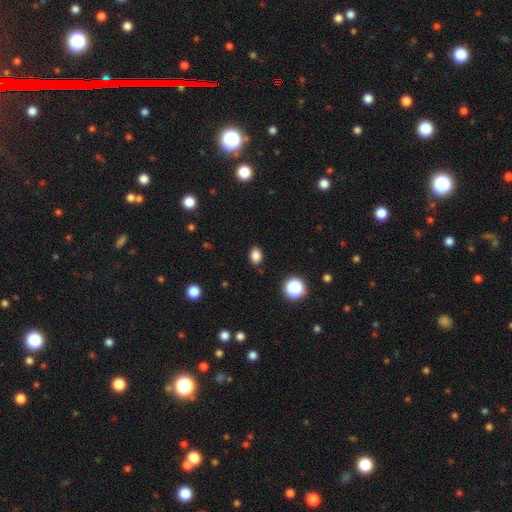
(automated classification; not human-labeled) Q: Smooth or featured?
A: smooth (83%); runner-up: star or artifact (12%)
Q: How rounded?
A: in between (72%); runner-up: round (27%)
Q: Merging?
A: none (88%); runner-up: minor disturbance (9%)